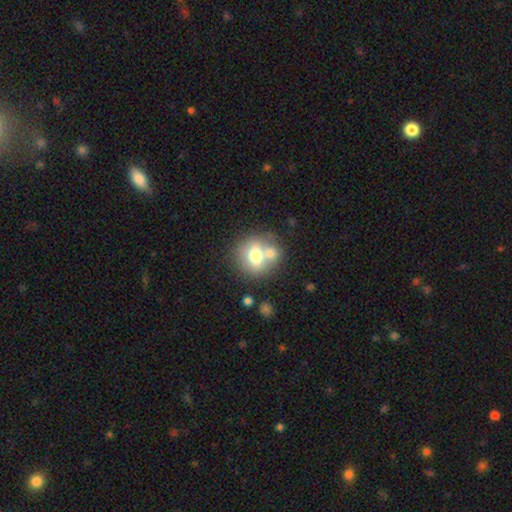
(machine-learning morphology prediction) smooth_or_featured: smooth (p=0.67) [alt: featured or disk p=0.24]
how_rounded: round (p=0.75) [alt: in between p=0.23]
merging: none (p=0.47) [alt: merger p=0.37]